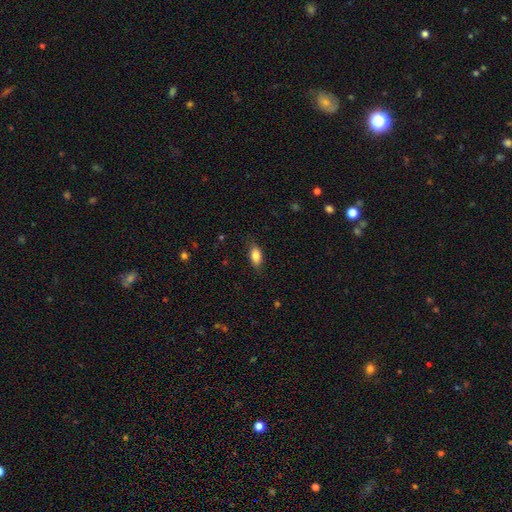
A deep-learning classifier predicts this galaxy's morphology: smooth 84%, featured or disk 8%, star or artifact 7%. Down the decision tree: how rounded — in between (88%); merging — none (83%).